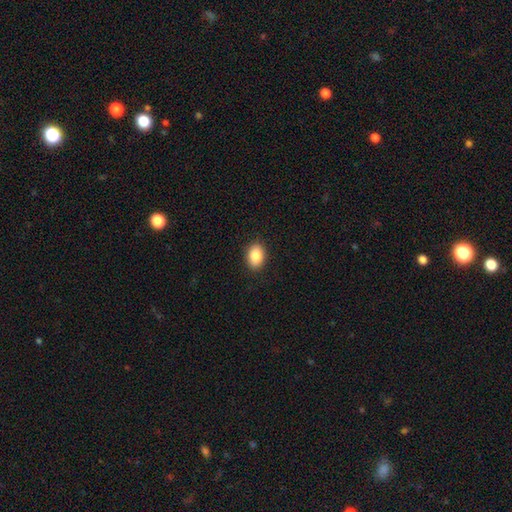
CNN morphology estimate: This appears to be a smooth galaxy with no disk features (87%) that is in between round and cigar-shaped (82%). Merging: none (90%).